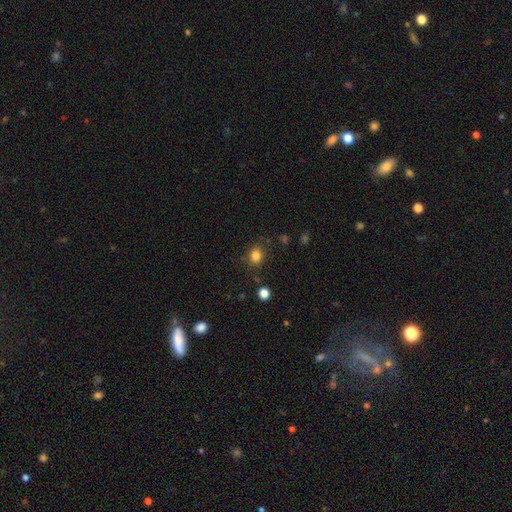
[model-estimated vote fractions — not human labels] This appears to be a smooth galaxy with no disk features (82%) that is round (63%). Merging: none (79%).